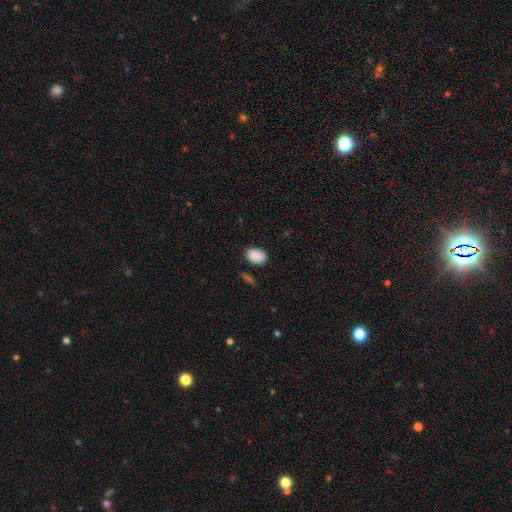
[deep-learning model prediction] smooth_or_featured: smooth (p=0.89) [alt: star or artifact p=0.08]
how_rounded: in between (p=0.77) [alt: round p=0.22]
merging: none (p=0.77) [alt: minor disturbance p=0.16]